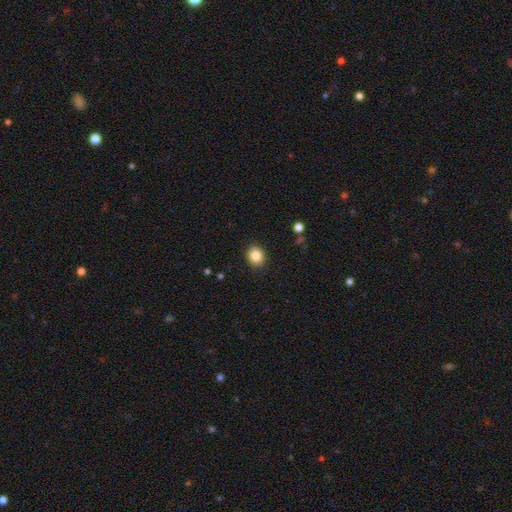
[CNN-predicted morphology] Smooth or featured?
  - smooth: 85% *
  - star or artifact: 10%
  - featured or disk: 6%
How rounded?
  - round: 70% *
  - in between: 29%
  - cigar-shaped: 1%
Merging?
  - none: 91% *
  - minor disturbance: 6%
  - major disturbance: 2%
  - merger: 1%